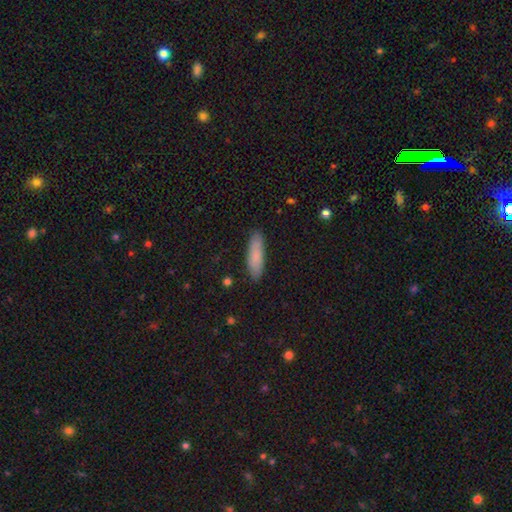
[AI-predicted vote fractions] Smooth or featured?
  - smooth: 86% *
  - featured or disk: 9%
  - star or artifact: 6%
How rounded?
  - cigar-shaped: 63% *
  - in between: 36%
  - round: 2%
Merging?
  - none: 89% *
  - minor disturbance: 9%
  - major disturbance: 2%
  - merger: 1%